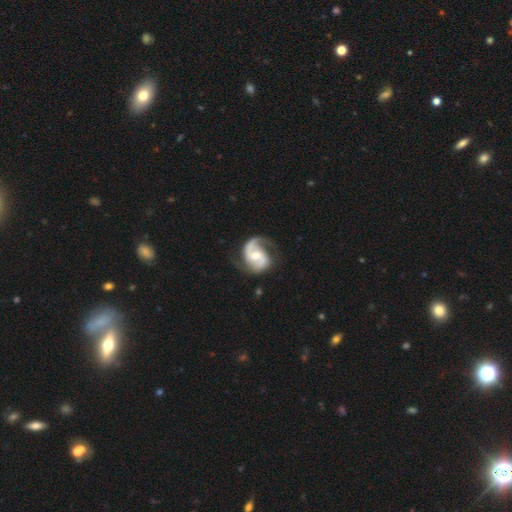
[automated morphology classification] Smooth or featured? Predicted: featured or disk (p=0.89). Edge-on disk? Predicted: no (p=0.98). Bar? Predicted: no (p=0.43). Spiral arms? Predicted: yes (p=0.97). Spiral winding? Predicted: medium (p=0.52). Spiral arm count? Predicted: 2 (p=0.85). Bulge size? Predicted: moderate (p=0.63). Merging? Predicted: none (p=0.68).